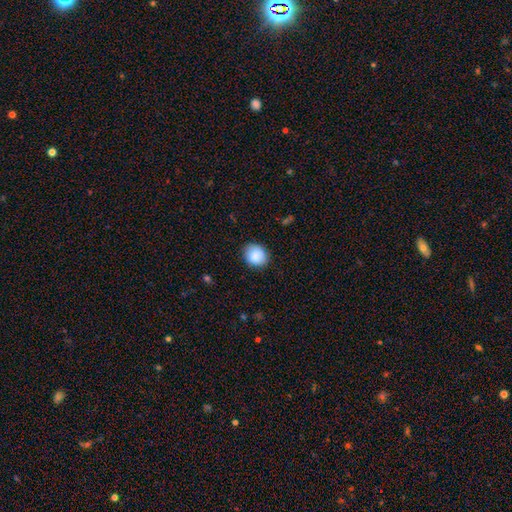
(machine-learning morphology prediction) This appears to be a smooth galaxy with no disk features (87%) that is round (69%). Merging: none (85%).